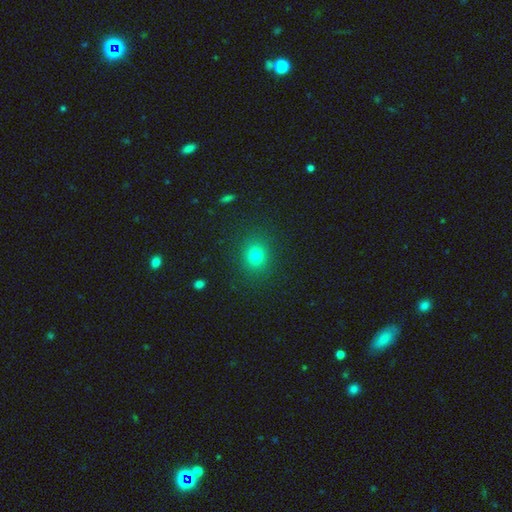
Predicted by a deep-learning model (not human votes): Morphology: type=smooth (78%); roundness=round (72%); merging=none (88%).